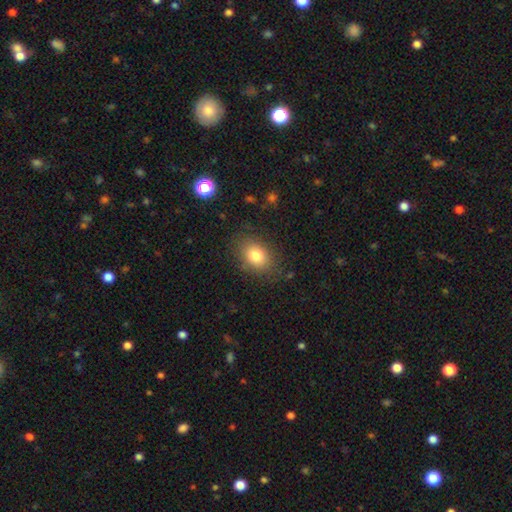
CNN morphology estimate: Smooth or featured? Predicted: smooth (p=0.80). How rounded? Predicted: in between (p=0.70). Merging? Predicted: none (p=0.81).